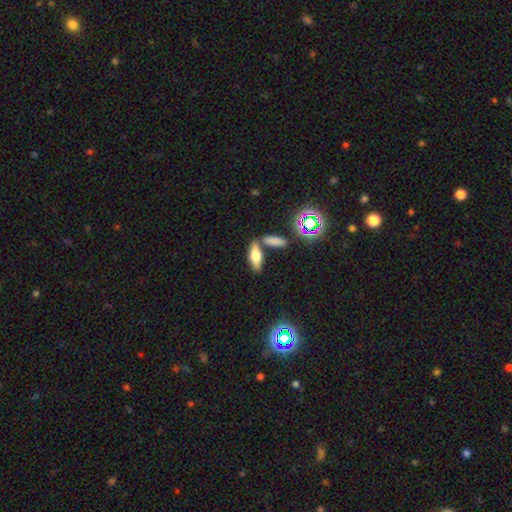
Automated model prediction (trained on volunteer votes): A smooth galaxy with no disk features (60%) that is in between round and cigar-shaped (62%).

Vote fractions:
- Smooth or featured? smooth: 60% / featured or disk: 27% / star or artifact: 13%
- How rounded? in between: 62% / cigar-shaped: 33% / round: 5%
- Merging? none: 65% / merger: 19% / minor disturbance: 12% / major disturbance: 4%